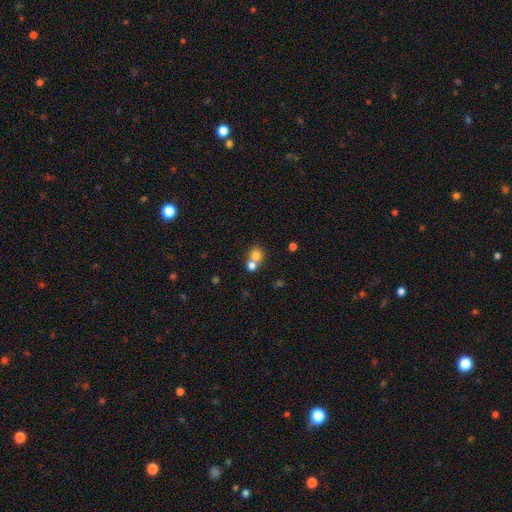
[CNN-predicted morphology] smooth 76%, featured or disk 12%, star or artifact 11%. Down the decision tree: how rounded — round (82%); merging — merger (54%).